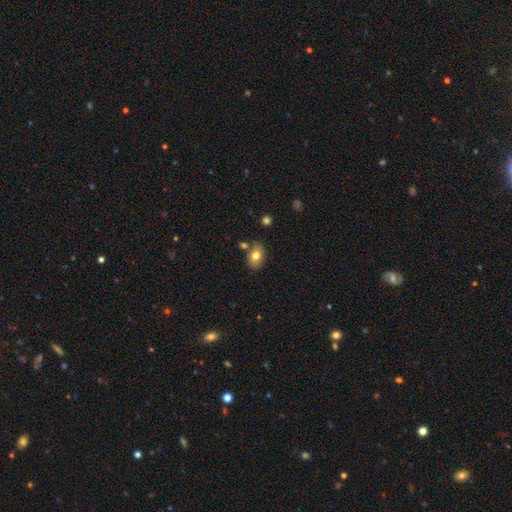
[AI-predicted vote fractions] smooth 75%, featured or disk 16%, star or artifact 9%. Down the decision tree: how rounded — in between (81%); merging — none (74%).